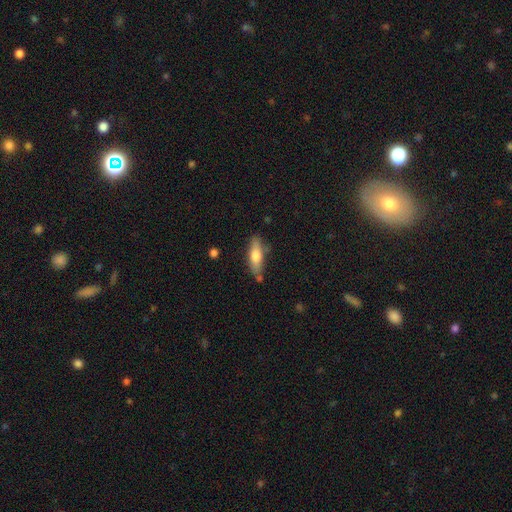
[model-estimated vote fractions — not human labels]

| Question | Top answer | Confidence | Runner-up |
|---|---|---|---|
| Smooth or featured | smooth | 64% | featured or disk (30%) |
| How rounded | cigar-shaped | 51% | in between (46%) |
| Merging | none | 72% | minor disturbance (18%) |